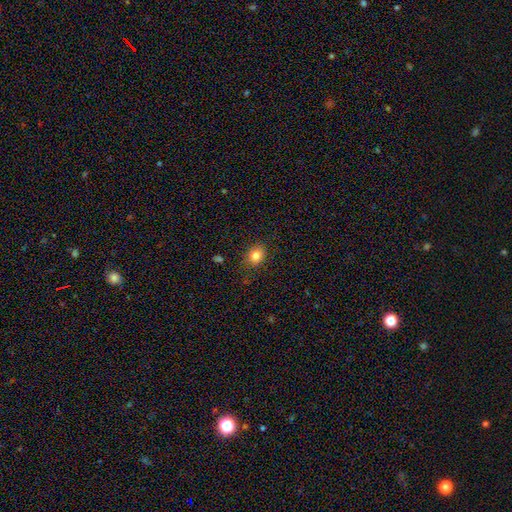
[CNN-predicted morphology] Smooth or featured? Predicted: smooth (p=0.82). How rounded? Predicted: round (p=0.57). Merging? Predicted: none (p=0.84).